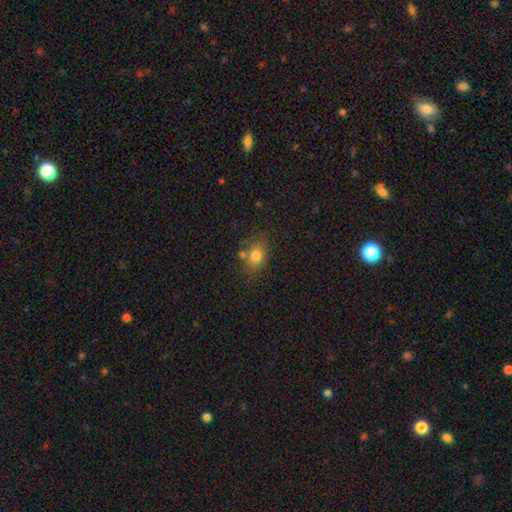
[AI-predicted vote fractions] smooth-or-featured: smooth: 77% | star or artifact: 12% | featured or disk: 11%
  how-rounded: in between: 61% | round: 38% | cigar-shaped: 2%
  merging: none: 65% | minor disturbance: 16% | merger: 14% | major disturbance: 5%